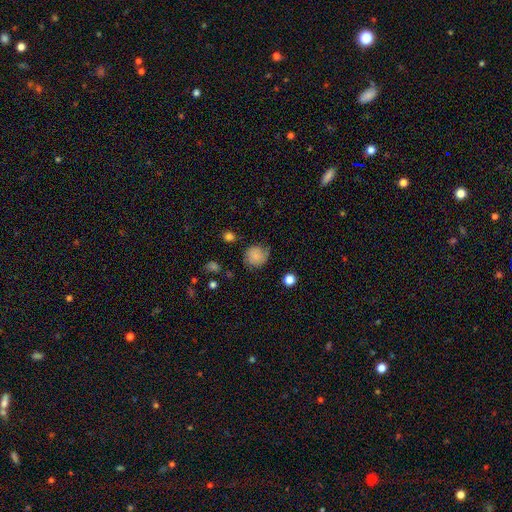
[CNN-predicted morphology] Smooth or featured? smooth (79%)
How rounded? round (86%)
Merging? none (65%)